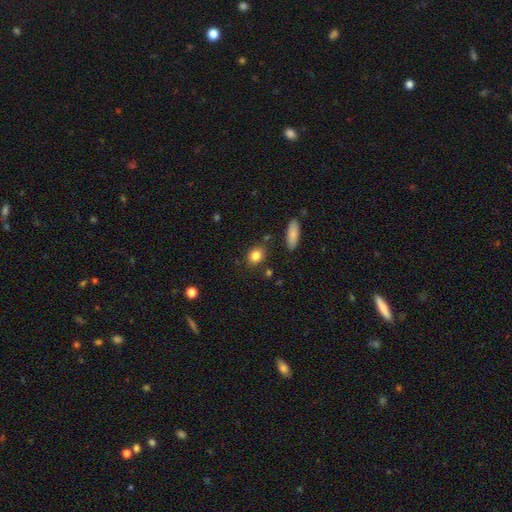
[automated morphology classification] This appears to be a smooth galaxy with no disk features (83%) that is round (51%). Merging: none (82%).